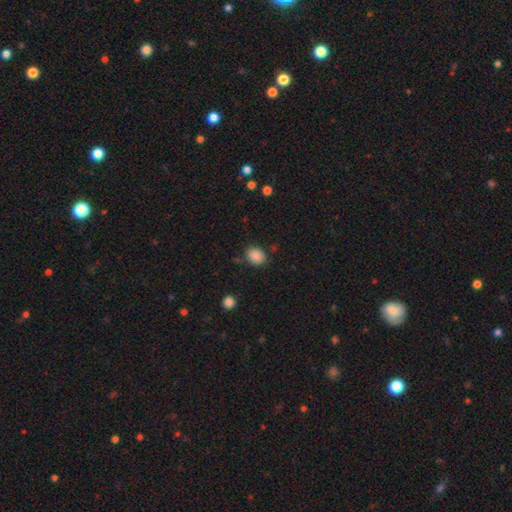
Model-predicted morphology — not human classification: The model was most divided on "how rounded": round: 52%, in between: 47%, cigar-shaped: 1%. More confident: smooth or featured — smooth (87%); merging — none (79%).